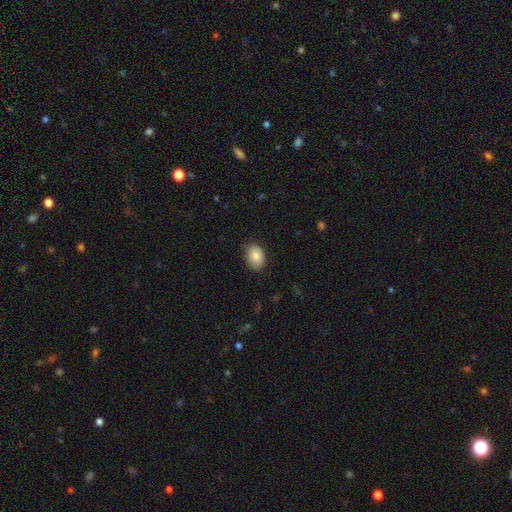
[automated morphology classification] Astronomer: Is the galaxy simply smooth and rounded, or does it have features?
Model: smooth — 87%.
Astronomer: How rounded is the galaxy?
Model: in between — 79%.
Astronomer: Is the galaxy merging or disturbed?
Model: none — 81%.